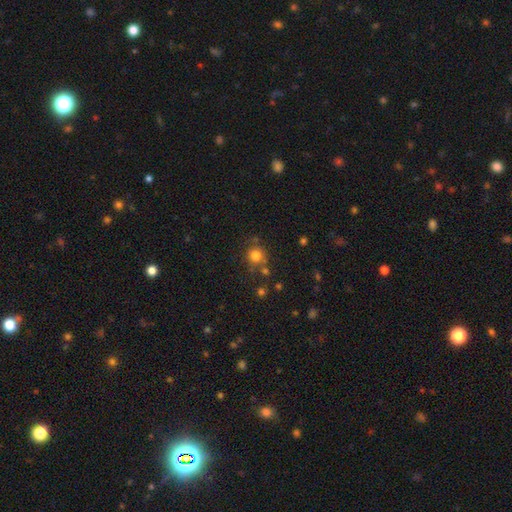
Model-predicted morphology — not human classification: Overall: smooth (79%). How rounded: round (92%). Merging: none (73%).